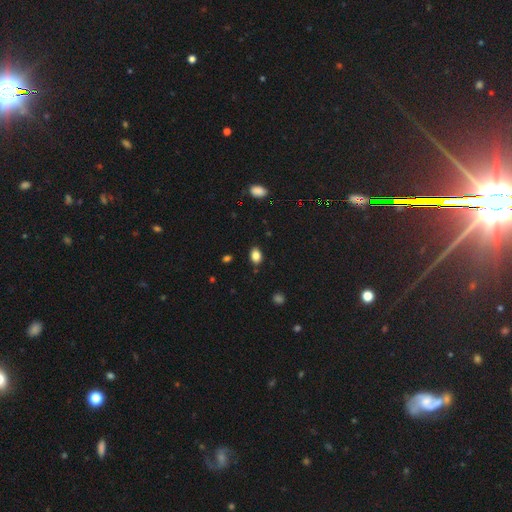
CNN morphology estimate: Smooth or featured? smooth (84%)
How rounded? in between (77%)
Merging? none (86%)